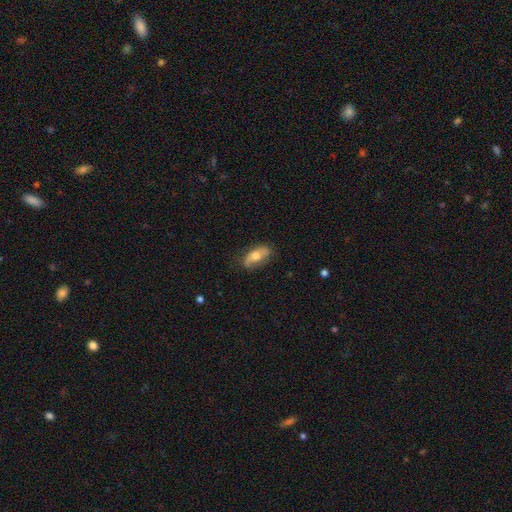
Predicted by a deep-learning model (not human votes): smooth-or-featured: smooth: 55% | featured or disk: 39% | star or artifact: 7%
  how-rounded: in between: 84% | cigar-shaped: 12% | round: 4%
  merging: none: 74% | minor disturbance: 20% | major disturbance: 5% | merger: 2%